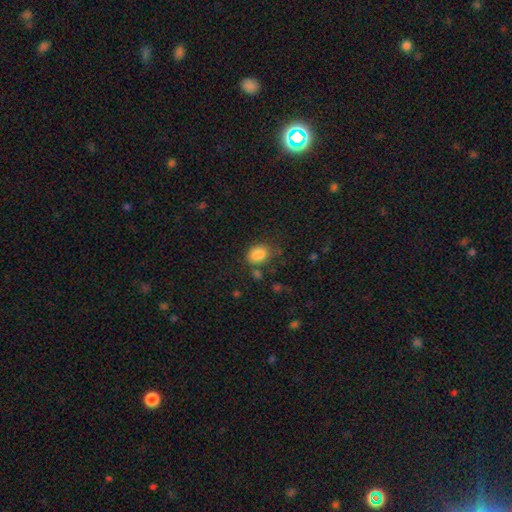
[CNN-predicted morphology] A smooth galaxy with no disk features (85%) that is in between round and cigar-shaped (68%). Merging: none (61%).